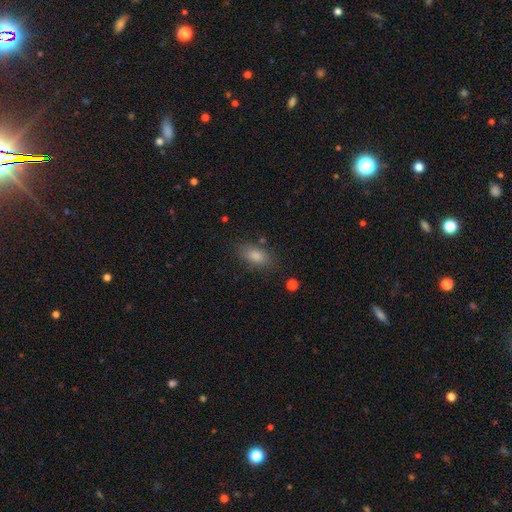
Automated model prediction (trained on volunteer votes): Smooth or featured? smooth (77%)
How rounded? in between (84%)
Merging? none (83%)